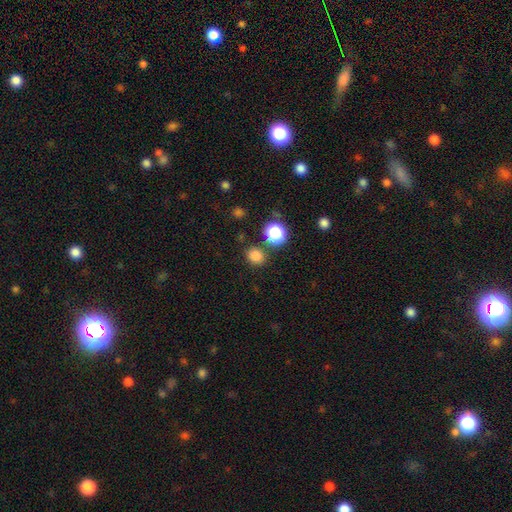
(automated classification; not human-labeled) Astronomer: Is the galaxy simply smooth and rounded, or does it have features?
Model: smooth — 79%.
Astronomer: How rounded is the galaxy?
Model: round — 71%.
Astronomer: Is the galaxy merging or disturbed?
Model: none — 81%.